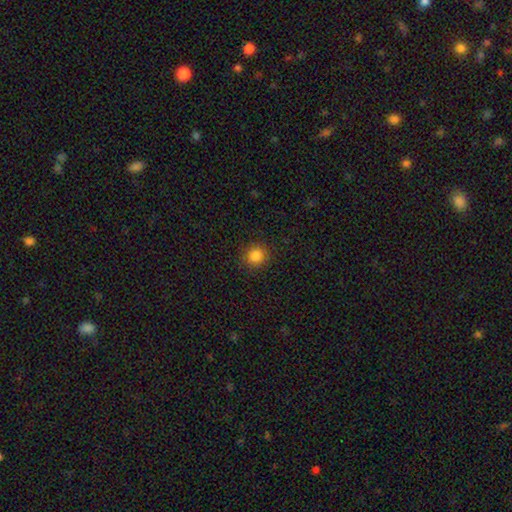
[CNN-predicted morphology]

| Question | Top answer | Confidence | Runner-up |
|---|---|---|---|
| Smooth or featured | smooth | 84% | star or artifact (12%) |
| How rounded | round | 91% | in between (8%) |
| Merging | none | 90% | minor disturbance (7%) |